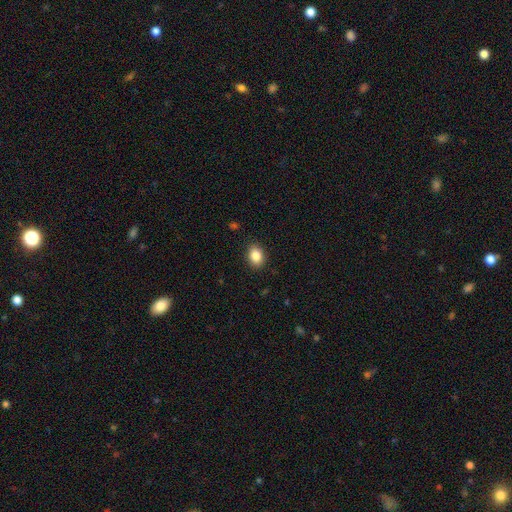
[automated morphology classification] A smooth galaxy with no disk features (86%) that is in between round and cigar-shaped (67%).

Vote fractions:
- Smooth or featured? smooth: 86% / star or artifact: 9% / featured or disk: 5%
- How rounded? in between: 67% / round: 32% / cigar-shaped: 1%
- Merging? none: 89% / minor disturbance: 8% / major disturbance: 2% / merger: 1%